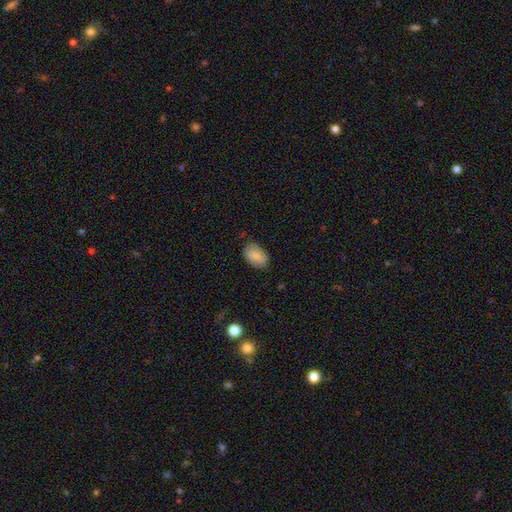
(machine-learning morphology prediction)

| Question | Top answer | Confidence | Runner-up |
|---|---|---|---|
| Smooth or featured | smooth | 86% | featured or disk (7%) |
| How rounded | in between | 90% | round (9%) |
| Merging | none | 75% | minor disturbance (20%) |